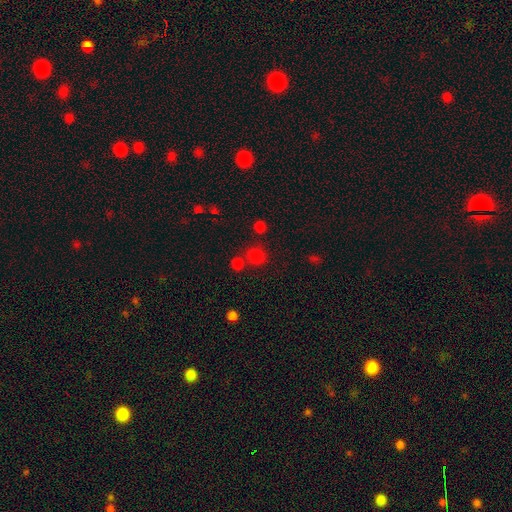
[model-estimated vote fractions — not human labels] Smooth or featured?
  - smooth: 73% *
  - star or artifact: 22%
  - featured or disk: 5%
How rounded?
  - round: 88% *
  - in between: 11%
  - cigar-shaped: 1%
Merging?
  - none: 71% *
  - merger: 17%
  - minor disturbance: 9%
  - major disturbance: 4%